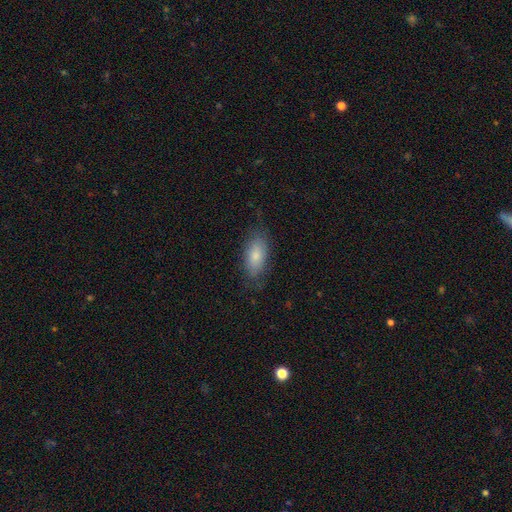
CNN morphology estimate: smooth-or-featured: smooth: 81% | featured or disk: 13% | star or artifact: 7%
  how-rounded: in between: 90% | cigar-shaped: 7% | round: 3%
  merging: none: 75% | minor disturbance: 18% | major disturbance: 5% | merger: 1%